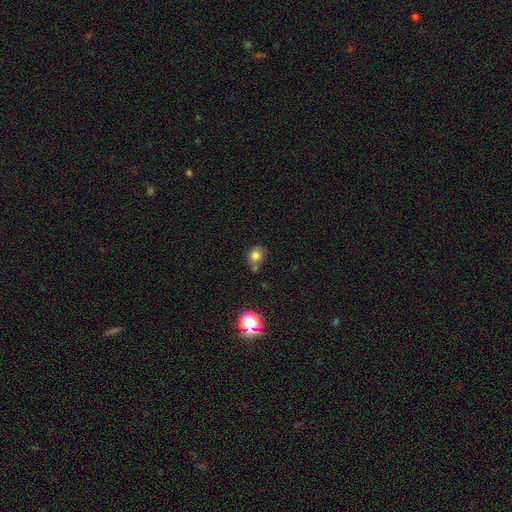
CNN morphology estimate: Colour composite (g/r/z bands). It shows a smooth galaxy with no disk features (79%) that is round (79%). Merging: none (61%).